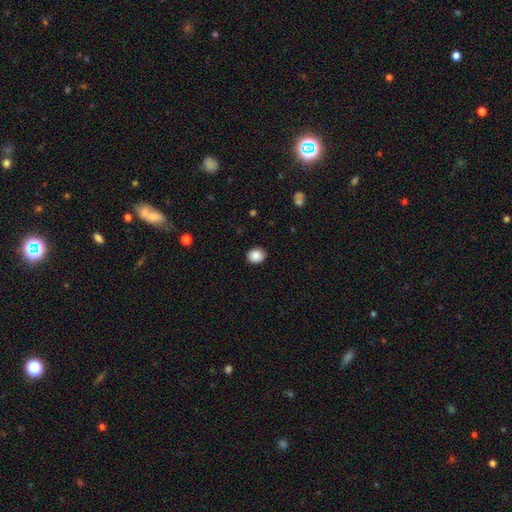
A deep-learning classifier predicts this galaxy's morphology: Smooth or featured?
  - smooth: 88% *
  - star or artifact: 9%
  - featured or disk: 3%
How rounded?
  - round: 64% *
  - in between: 35%
  - cigar-shaped: 1%
Merging?
  - none: 91% *
  - minor disturbance: 7%
  - major disturbance: 2%
  - merger: 1%